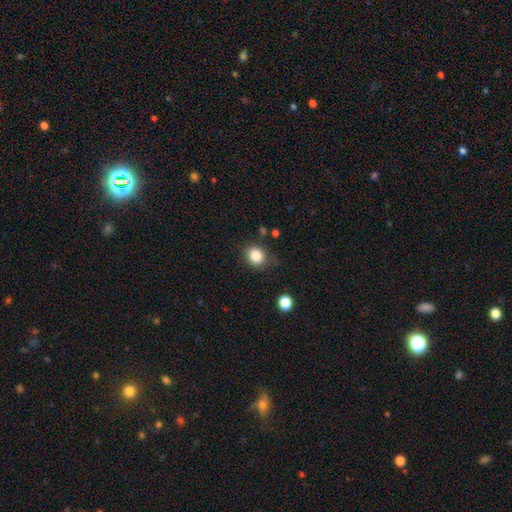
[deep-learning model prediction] smooth_or_featured: smooth (p=0.85) [alt: star or artifact p=0.10]
how_rounded: round (p=0.68) [alt: in between p=0.31]
merging: none (p=0.80) [alt: minor disturbance p=0.13]